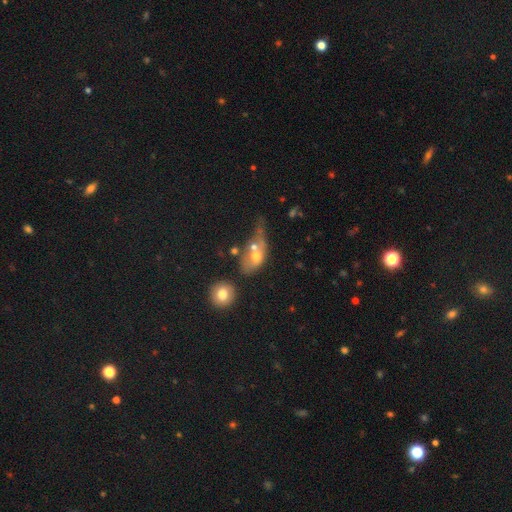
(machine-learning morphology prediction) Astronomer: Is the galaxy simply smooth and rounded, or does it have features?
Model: smooth — 57% (runner-up: featured or disk, 32%).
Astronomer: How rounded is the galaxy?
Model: in between — 66%.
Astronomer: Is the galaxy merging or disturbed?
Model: merger — 41% (runner-up: major disturbance, 23%).